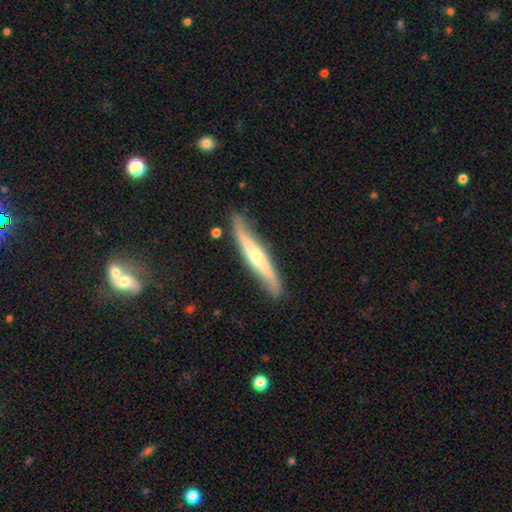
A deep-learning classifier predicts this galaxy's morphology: This is likely a featured or disk galaxy (62%). It is clearly viewed edge-on (82%). Edge-on bulge: likely rounded (76%). Merging: clearly none (81%).